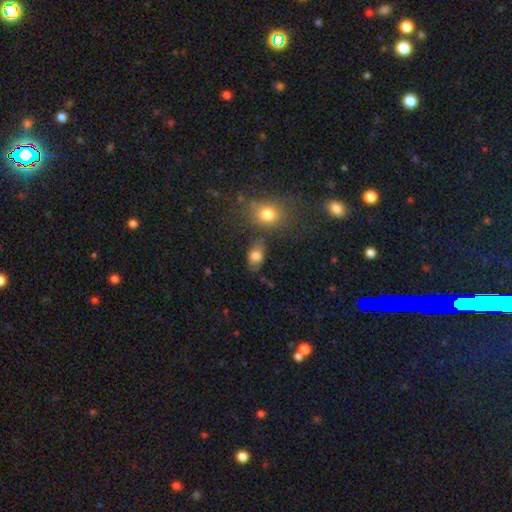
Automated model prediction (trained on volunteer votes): Overall: smooth (79%). How rounded: in between (82%). Merging: none (69%).